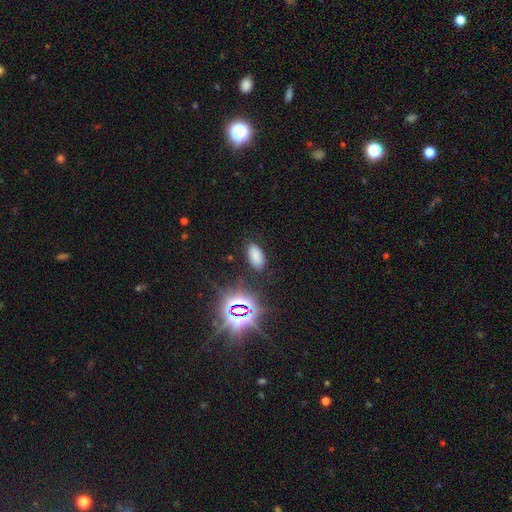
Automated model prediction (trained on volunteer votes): The model was most divided on "smooth or featured": smooth: 69%, star or artifact: 24%, featured or disk: 7%. More confident: how rounded — in between (93%); merging — none (84%).